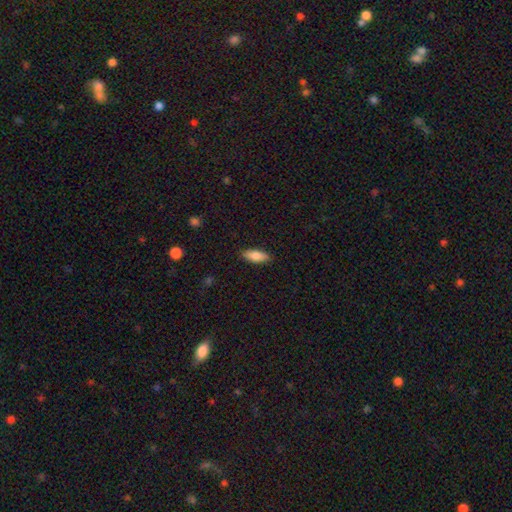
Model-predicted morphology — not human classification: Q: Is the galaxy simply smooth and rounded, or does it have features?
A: smooth — 83%.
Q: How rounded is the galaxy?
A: in between — 76%.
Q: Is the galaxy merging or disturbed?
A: none — 87%.